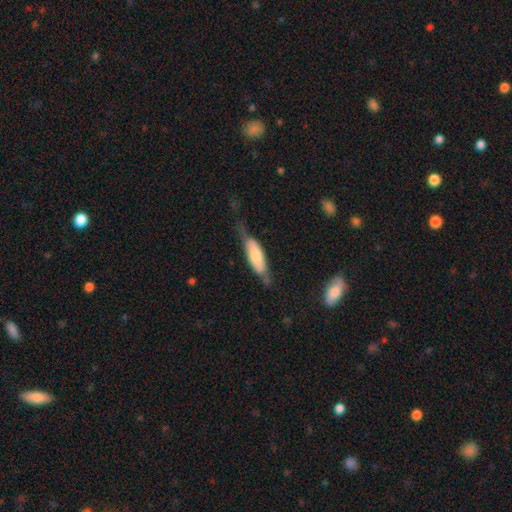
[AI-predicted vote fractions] A smooth galaxy with no disk features (64%) that is in between round and cigar-shaped (52%). Merging: none (43%).